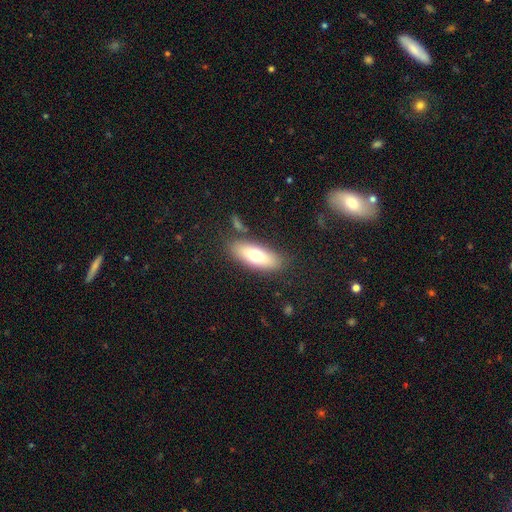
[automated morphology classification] Smooth or featured? smooth (70%)
How rounded? in between (71%)
Merging? none (82%)